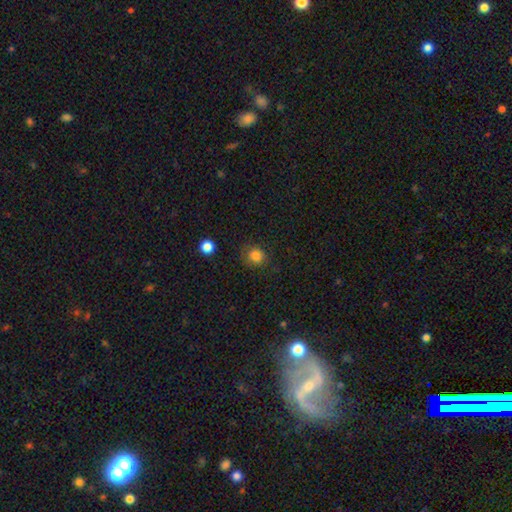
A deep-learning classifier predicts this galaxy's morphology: Smooth or featured: smooth — 82% (star or artifact — 12%)
How rounded: round — 86% (in between — 13%)
Merging: none — 79% (minor disturbance — 14%)